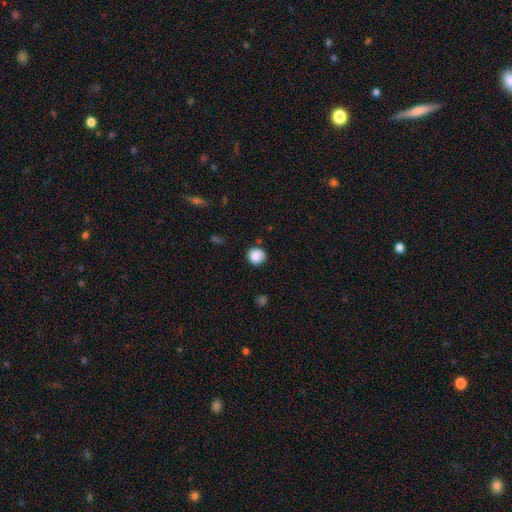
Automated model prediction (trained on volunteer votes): Smooth or featured?
  - smooth: 84% *
  - star or artifact: 9%
  - featured or disk: 7%
How rounded?
  - round: 86% *
  - in between: 13%
  - cigar-shaped: 1%
Merging?
  - none: 71% *
  - minor disturbance: 21%
  - major disturbance: 5%
  - merger: 3%